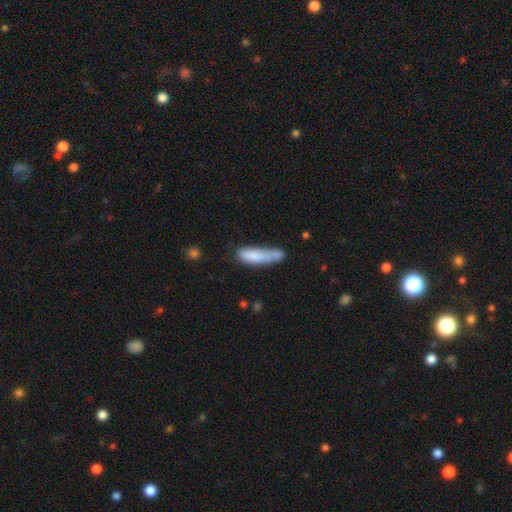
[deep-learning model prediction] This appears to be a smooth galaxy with no disk features (77%) that is cigar-shaped (75%). Merging: none (40%).